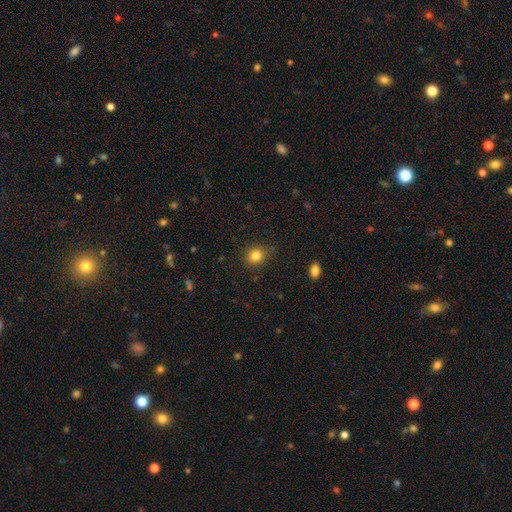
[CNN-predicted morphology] Smooth or featured? Predicted: smooth (p=0.82). How rounded? Predicted: round (p=0.80). Merging? Predicted: none (p=0.87).